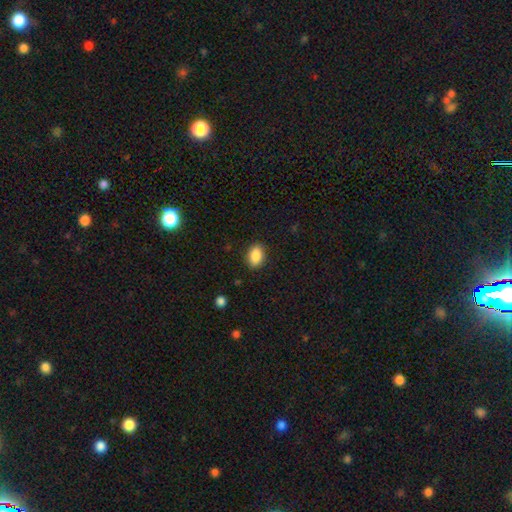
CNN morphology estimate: Smooth or featured: smooth — 88% (star or artifact — 8%)
How rounded: in between — 84% (round — 15%)
Merging: none — 88% (minor disturbance — 9%)